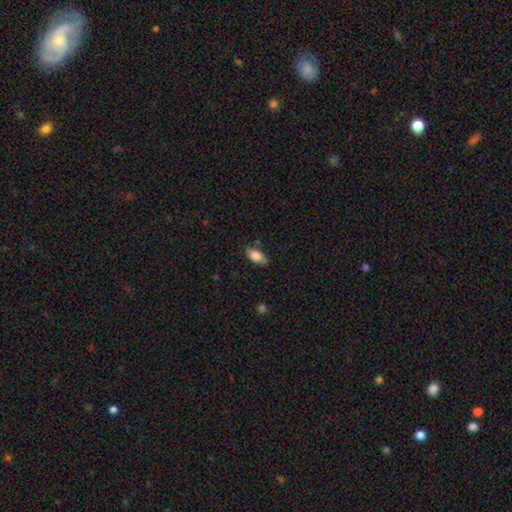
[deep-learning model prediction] The model was most divided on "merging": none: 77%, minor disturbance: 18%, major disturbance: 3%, merger: 2%. More confident: how rounded — in between (87%); smooth or featured — smooth (81%).